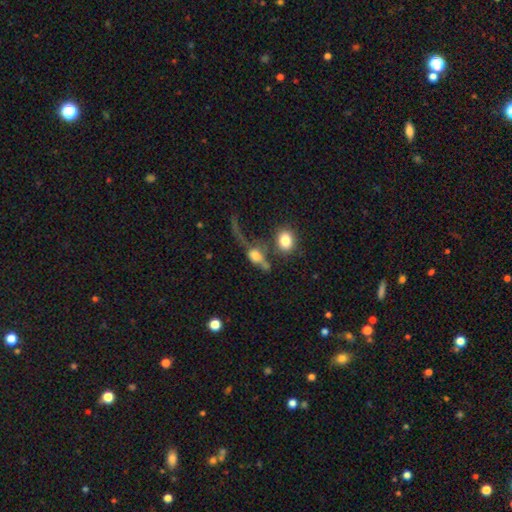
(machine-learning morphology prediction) The model was most divided on "merging": major disturbance: 37%, merger: 28%, none: 22%, minor disturbance: 12%. More confident: how rounded — in between (62%); smooth or featured — smooth (52%).